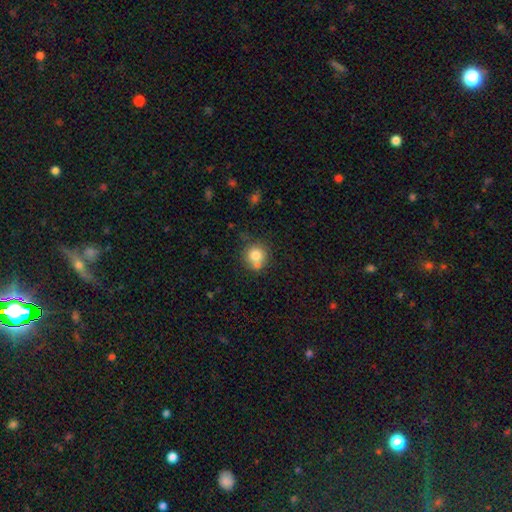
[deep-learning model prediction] Overall: smooth (78%). How rounded: round (88%). Merging: none (58%; merger 22%).